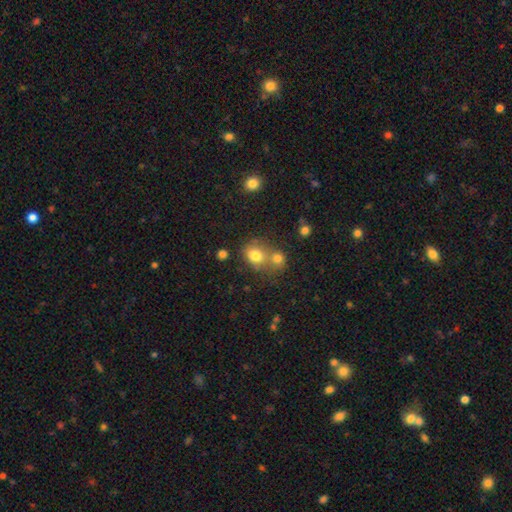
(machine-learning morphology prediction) This appears to be a smooth galaxy with no disk features (78%) that is round (58%). Merging: merger (43%).